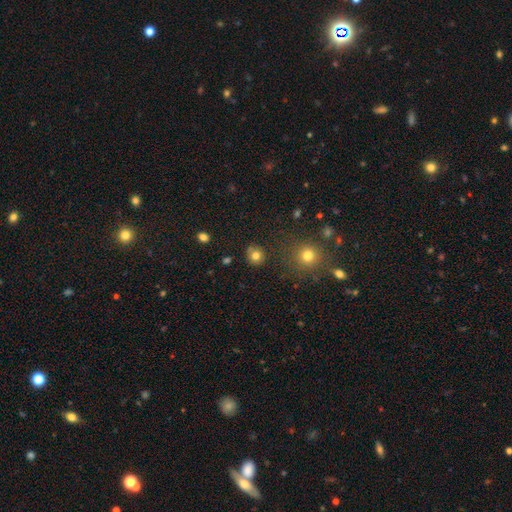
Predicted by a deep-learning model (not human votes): Smooth or featured? Predicted: smooth (p=0.79). How rounded? Predicted: round (p=0.88). Merging? Predicted: none (p=0.83).